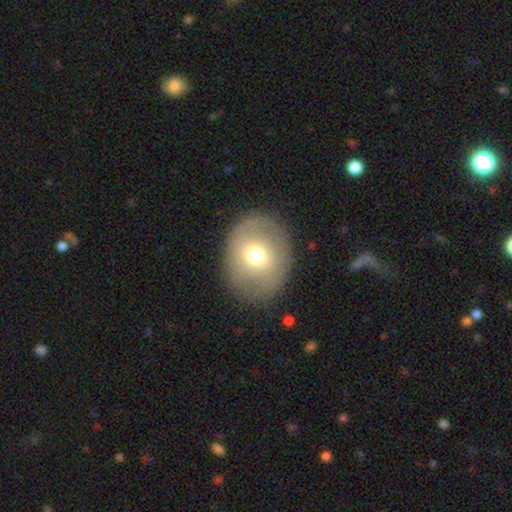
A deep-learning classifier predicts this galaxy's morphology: type=smooth (63%); roundness=round (55%); merging=none (82%).